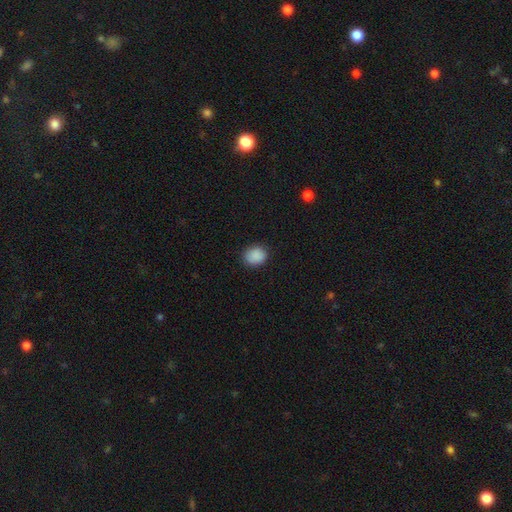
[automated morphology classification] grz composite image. It shows a smooth galaxy with no disk features (89%) that is round (61%). Merging: none (86%).